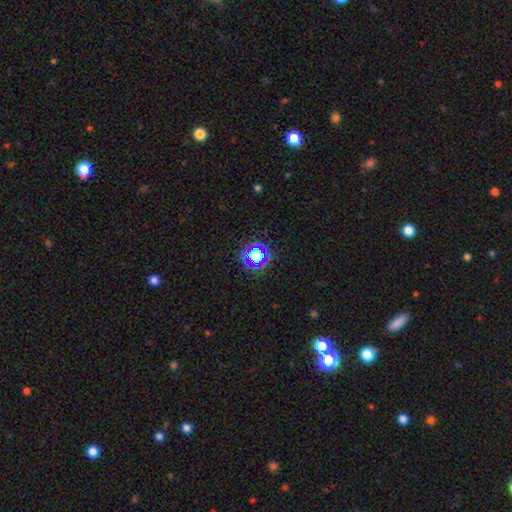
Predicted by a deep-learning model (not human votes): This is likely a star or artifact rather than a galaxy (62%).